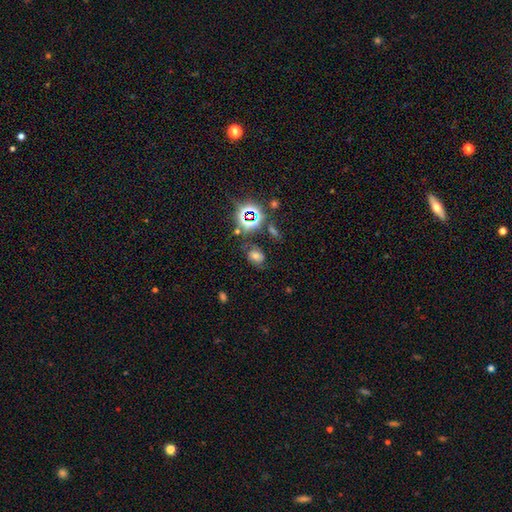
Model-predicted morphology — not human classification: Q: Smooth or featured?
A: star or artifact (46%); runner-up: smooth (29%)